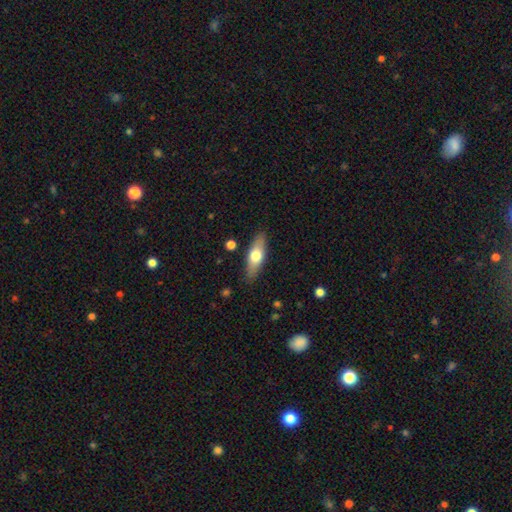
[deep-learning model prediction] The model was most divided on "how rounded": in between: 58%, cigar-shaped: 40%, round: 3%. More confident: merging — none (86%); smooth or featured — smooth (60%).